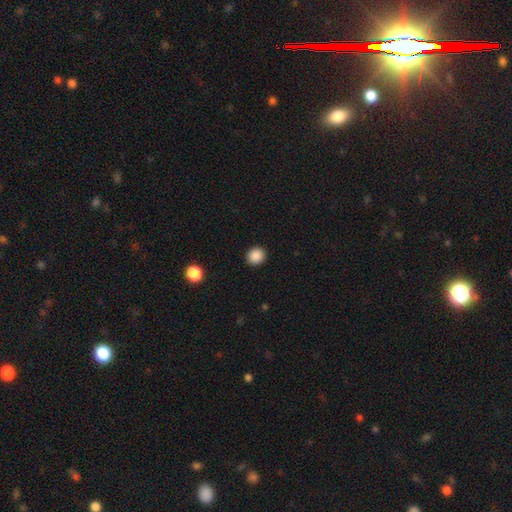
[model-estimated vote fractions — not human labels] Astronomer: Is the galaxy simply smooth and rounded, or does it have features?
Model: smooth — 88%.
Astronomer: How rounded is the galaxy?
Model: round — 82%.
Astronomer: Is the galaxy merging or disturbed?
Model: none — 91%.